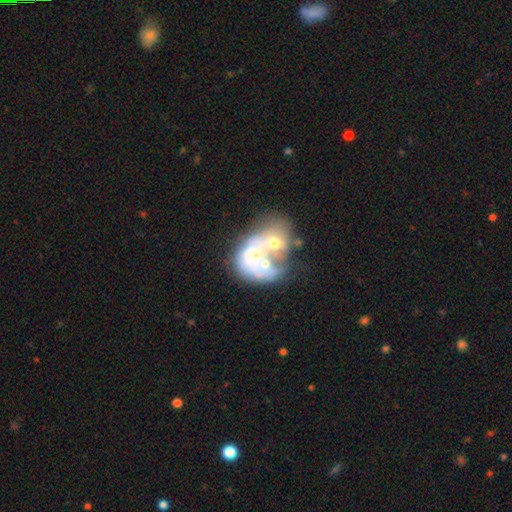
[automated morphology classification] The model was most divided on "bulge size": moderate: 38%, small: 31%, none: 24%, large: 4%, dominant: 2%. More confident: edge-on disk — no (98%); bar — no (89%); spiral arms — no (79%); smooth or featured — featured or disk (65%); merging — merger (62%).